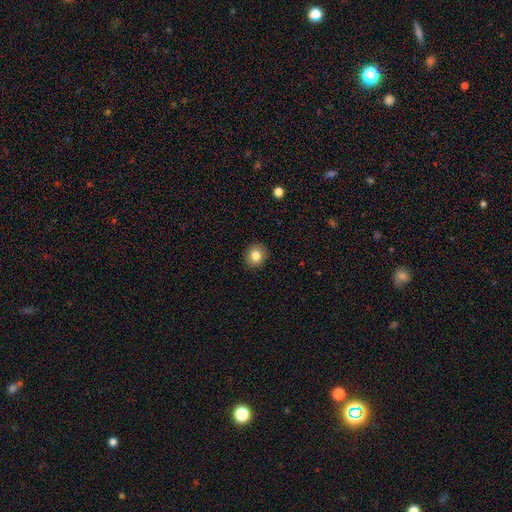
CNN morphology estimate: Smooth or featured: smooth — 82% (star or artifact — 10%)
How rounded: round — 82% (in between — 17%)
Merging: none — 91% (minor disturbance — 6%)